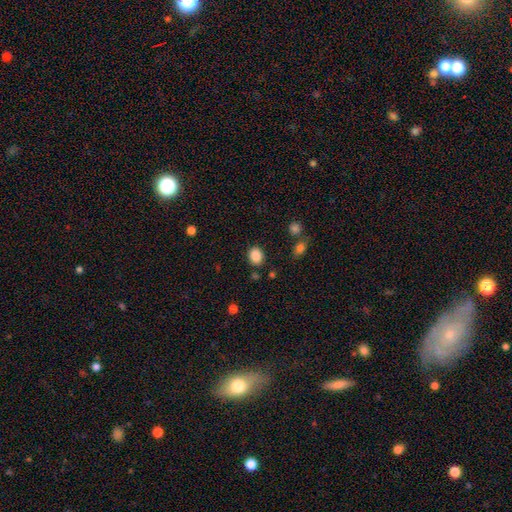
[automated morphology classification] The model was most divided on "how rounded": in between: 52%, round: 47%, cigar-shaped: 1%. More confident: smooth or featured — smooth (87%); merging — none (82%).